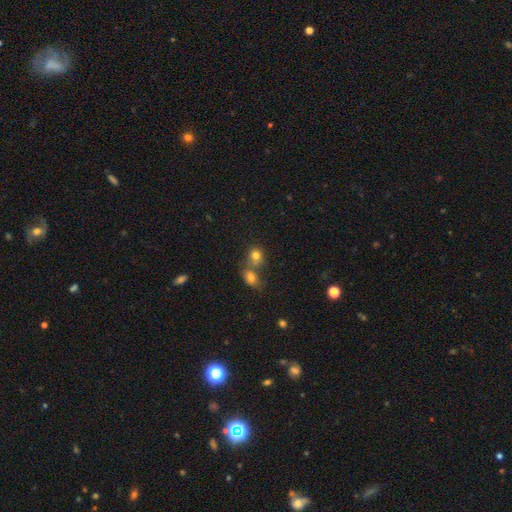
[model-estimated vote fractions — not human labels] A smooth galaxy with no disk features (77%) that is round (69%).

Vote fractions:
- Smooth or featured? smooth: 77% / star or artifact: 13% / featured or disk: 10%
- How rounded? round: 69% / in between: 30% / cigar-shaped: 1%
- Merging? merger: 48% / none: 40% / minor disturbance: 9% / major disturbance: 4%